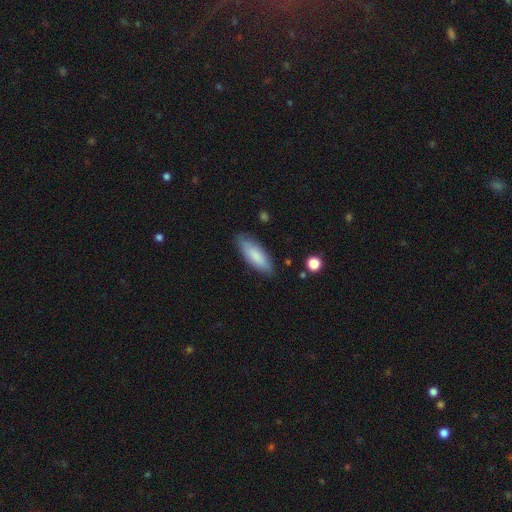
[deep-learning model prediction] Q: Smooth or featured?
A: smooth (82%); runner-up: featured or disk (12%)
Q: How rounded?
A: in between (62%); runner-up: cigar-shaped (37%)
Q: Merging?
A: none (81%); runner-up: minor disturbance (14%)